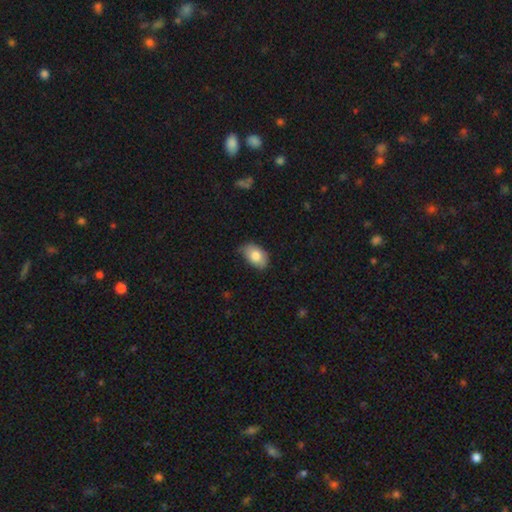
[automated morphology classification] Smooth or featured? Predicted: smooth (p=0.80). How rounded? Predicted: in between (p=0.87). Merging? Predicted: none (p=0.60).